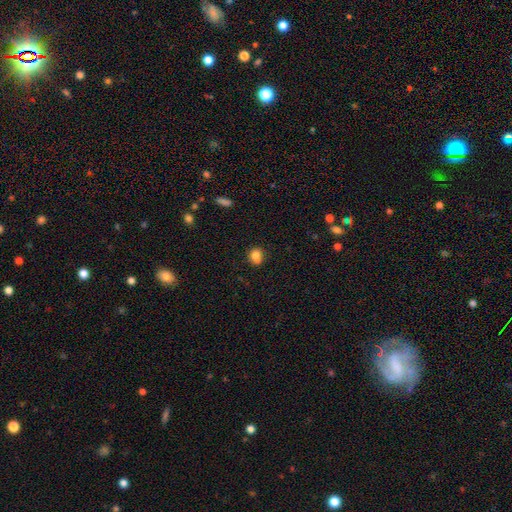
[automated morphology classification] This appears to be a smooth galaxy with no disk features (80%) that is round (64%). Merging: none (56%).